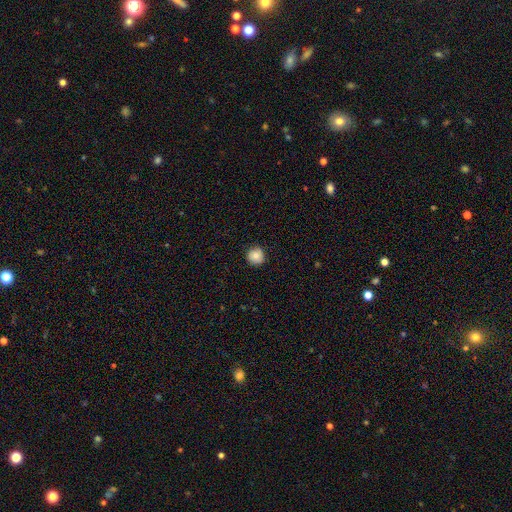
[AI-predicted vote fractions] Overall: smooth (80%). How rounded: round (94%). Merging: none (87%).